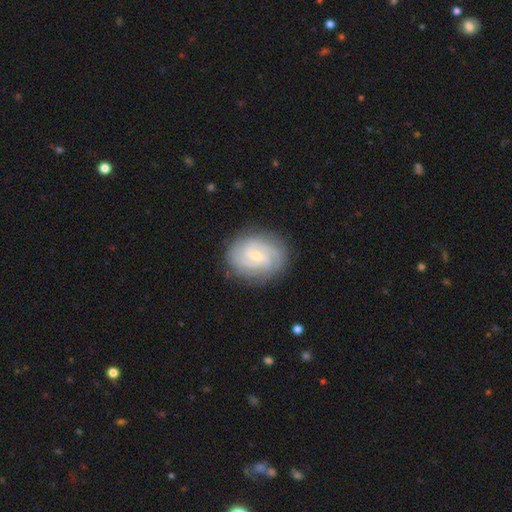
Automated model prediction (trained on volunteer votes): This is clearly a featured or disk galaxy (84%). It is clearly not viewed edge-on (98%). Bar: possibly weak (52%). Spiral arm pattern: clearly yes (97%). Spiral arm count: marginally 3 (27%). Spiral winding: likely tight (65%). Central bulge: likely small (69%). Merging: clearly none (84%).